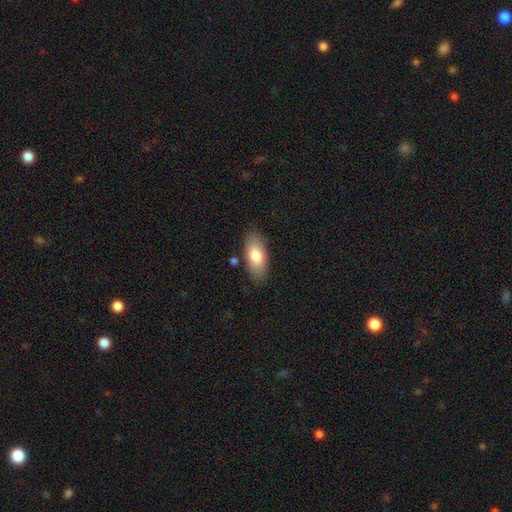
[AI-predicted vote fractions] Smooth or featured? smooth (78%)
How rounded? in between (88%)
Merging? none (84%)